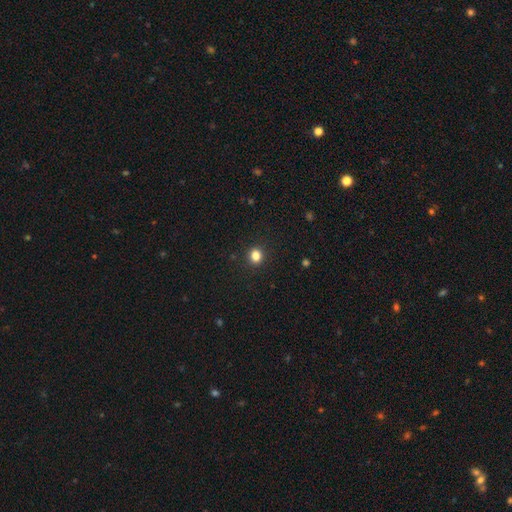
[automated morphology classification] The model was most divided on "how rounded": round: 78%, in between: 21%, cigar-shaped: 1%. More confident: merging — none (91%); smooth or featured — smooth (84%).